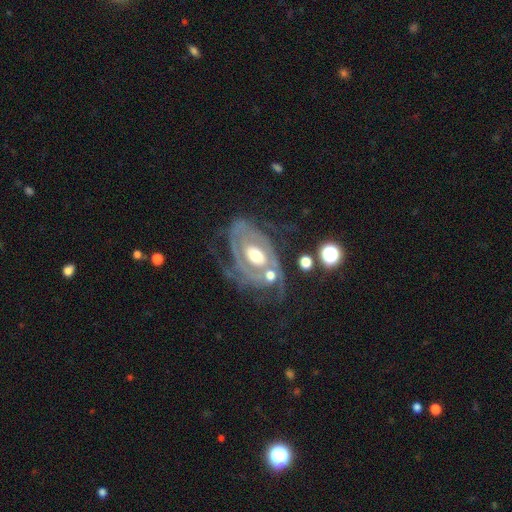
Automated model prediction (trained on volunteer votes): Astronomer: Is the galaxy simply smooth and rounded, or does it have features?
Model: featured or disk — 84%.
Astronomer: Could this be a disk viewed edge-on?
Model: no — 96%.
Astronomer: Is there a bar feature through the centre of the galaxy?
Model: no — 65%.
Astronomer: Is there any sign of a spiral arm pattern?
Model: yes — 82%.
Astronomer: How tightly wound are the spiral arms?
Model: tight — 49% (runner-up: medium, 33%).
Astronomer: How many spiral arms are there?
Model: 2 — 41% (runner-up: can't tell, 25%).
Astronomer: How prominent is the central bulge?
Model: moderate — 67%.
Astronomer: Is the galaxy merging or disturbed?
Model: none — 41% (runner-up: major disturbance, 26%).